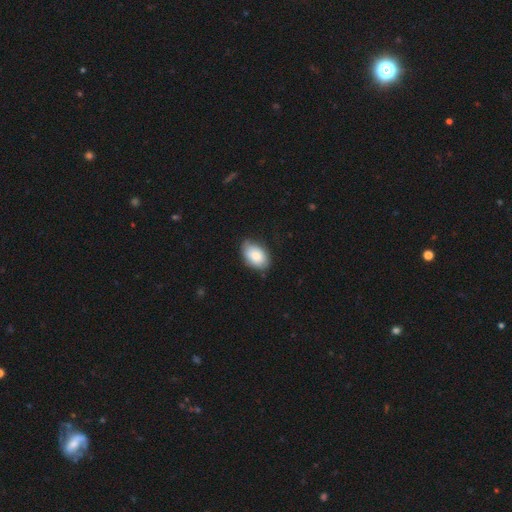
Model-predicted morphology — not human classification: Smooth or featured? smooth (82%)
How rounded? in between (90%)
Merging? none (70%)